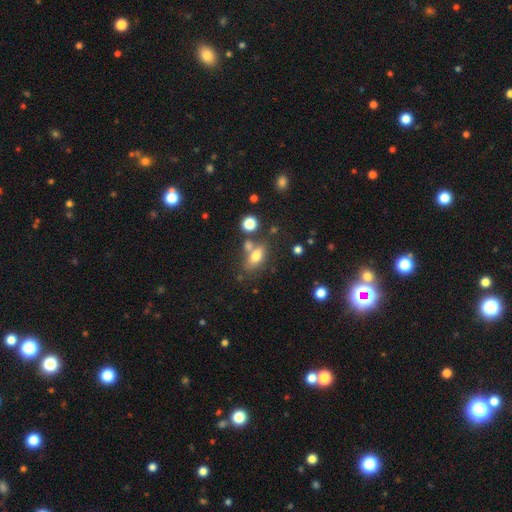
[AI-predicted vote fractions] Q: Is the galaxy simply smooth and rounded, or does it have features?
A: smooth — 73%.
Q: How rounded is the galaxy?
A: in between — 80%.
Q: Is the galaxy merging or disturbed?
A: none — 55%.